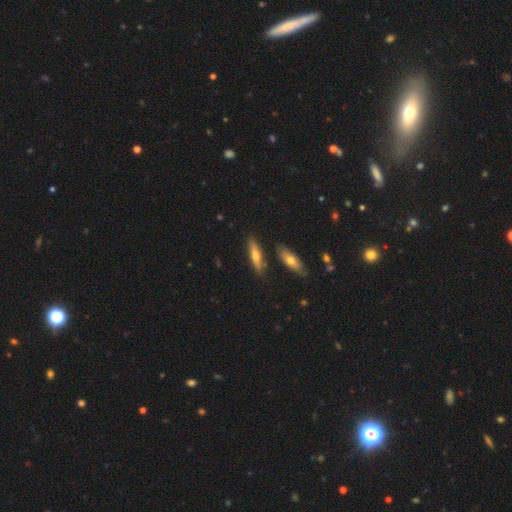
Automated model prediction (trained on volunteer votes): Morphology: type=smooth (52%); roundness=cigar-shaped (70%); merging=none (82%).